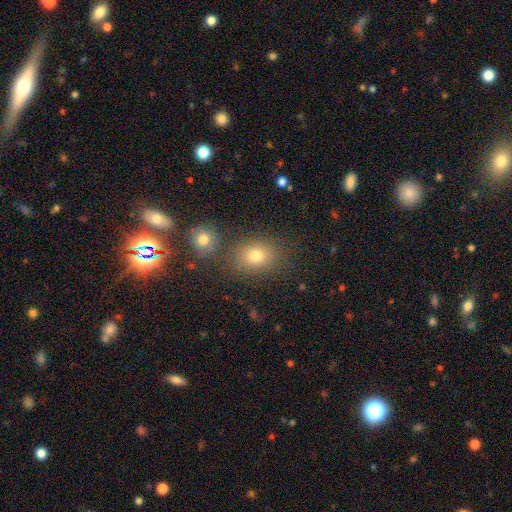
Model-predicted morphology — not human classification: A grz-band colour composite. It shows a smooth galaxy with no disk features (74%) that is in between round and cigar-shaped (54%). Merging: none (74%).